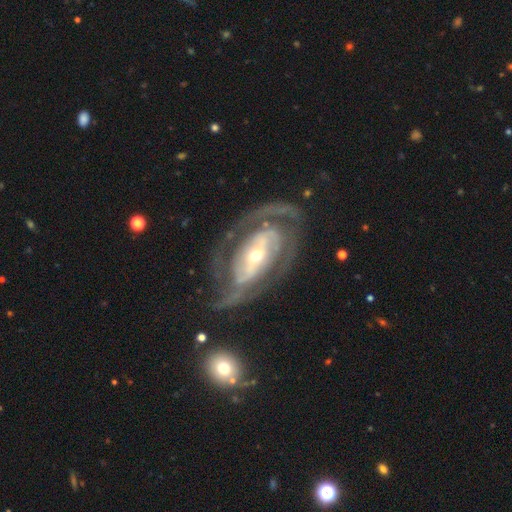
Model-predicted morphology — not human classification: smooth_or_featured: featured or disk (p=0.89) [alt: smooth p=0.06]
disk_edge_on: no (p=0.95) [alt: yes p=0.05]
bar: no (p=0.36) [alt: strong p=0.33]
has_spiral_arms: yes (p=0.91) [alt: no p=0.09]
spiral_winding: tight (p=0.56) [alt: medium p=0.34]
spiral_arm_count: 2 (p=0.47) [alt: can't tell p=0.23]
bulge_size: small (p=0.53) [alt: moderate p=0.42]
merging: none (p=0.62) [alt: major disturbance p=0.18]